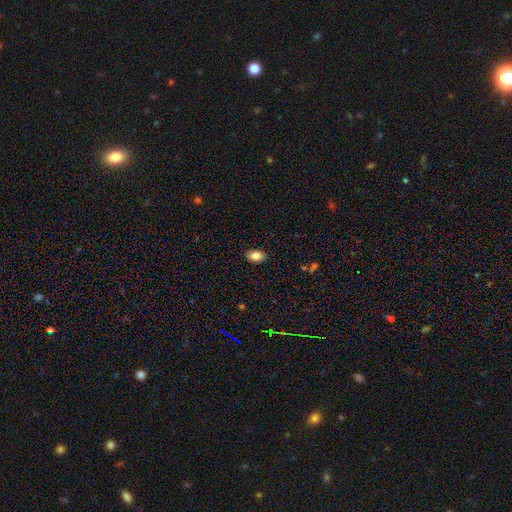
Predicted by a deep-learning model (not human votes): The model was most divided on "how rounded": in between: 85%, round: 13%, cigar-shaped: 1%. More confident: merging — none (88%); smooth or featured — smooth (85%).